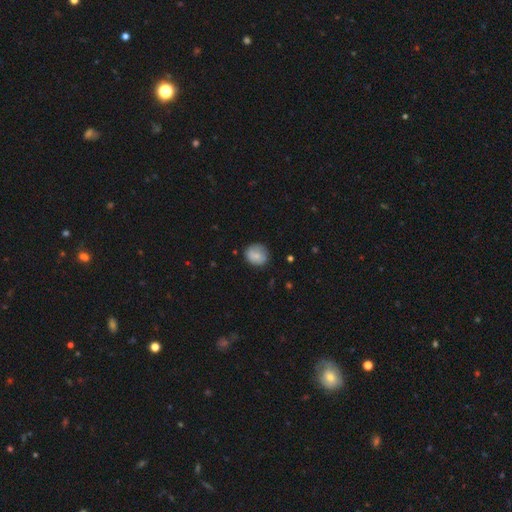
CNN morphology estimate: smooth_or_featured: smooth (p=0.75) [alt: featured or disk p=0.17]
how_rounded: round (p=0.78) [alt: in between p=0.21]
merging: none (p=0.73) [alt: minor disturbance p=0.20]